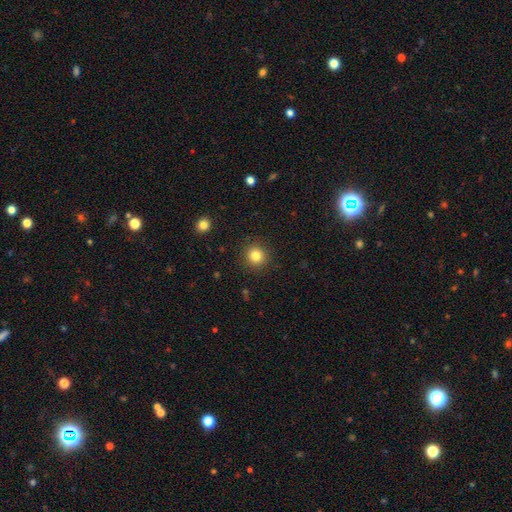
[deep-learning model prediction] Smooth or featured: smooth — 82% (star or artifact — 12%)
How rounded: round — 93% (in between — 6%)
Merging: none — 90% (minor disturbance — 6%)